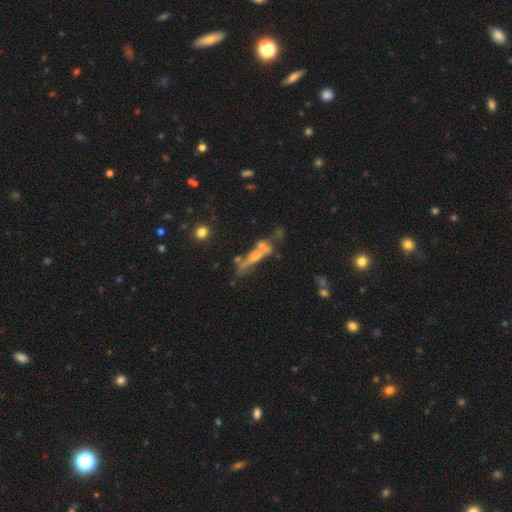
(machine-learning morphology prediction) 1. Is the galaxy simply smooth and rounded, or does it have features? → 57% featured or disk, 27% smooth, 15% star or artifact.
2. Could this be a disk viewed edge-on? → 55% yes, 45% no.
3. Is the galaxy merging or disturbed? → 35% none, 30% merger, 19% major disturbance, 17% minor disturbance.